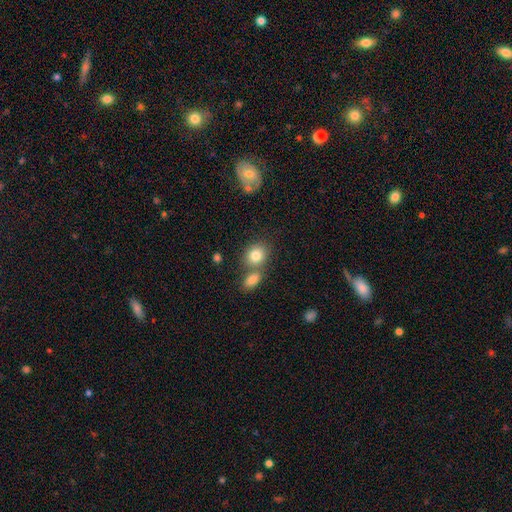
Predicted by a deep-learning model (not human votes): This appears to be a smooth galaxy with no disk features (82%) that is round (61%). Merging: none (52%).